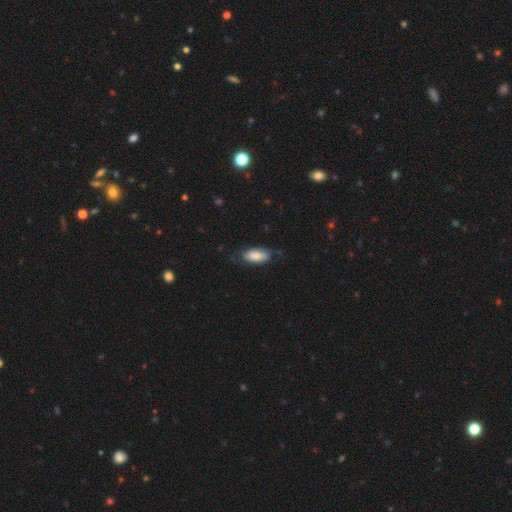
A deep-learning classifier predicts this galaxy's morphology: Smooth or featured? smooth (80%)
How rounded? in between (87%)
Merging? none (64%)